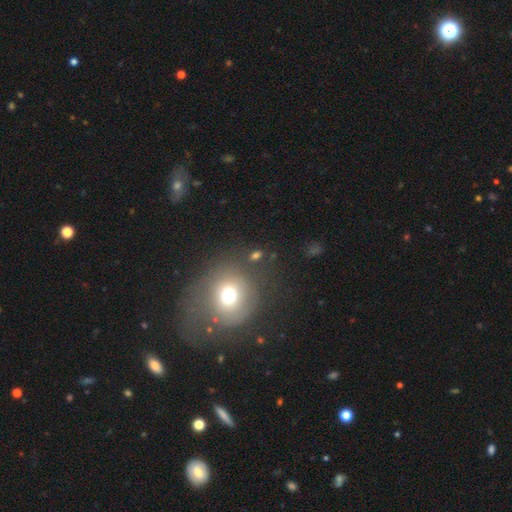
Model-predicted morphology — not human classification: Smooth or featured? Predicted: smooth (p=0.62). How rounded? Predicted: round (p=0.76). Merging? Predicted: none (p=0.64).